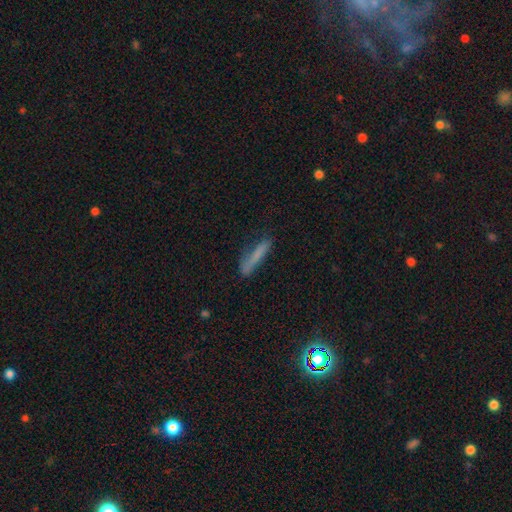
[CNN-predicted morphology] type=smooth (71%); roundness=cigar-shaped (90%); merging=none (70%).